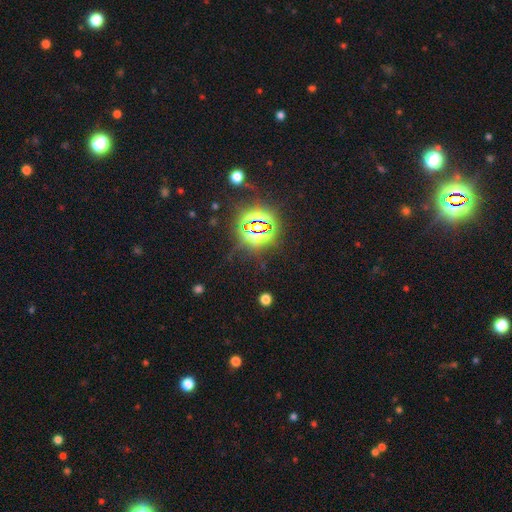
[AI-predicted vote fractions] smooth_or_featured: star or artifact (p=0.83) [alt: smooth p=0.11]